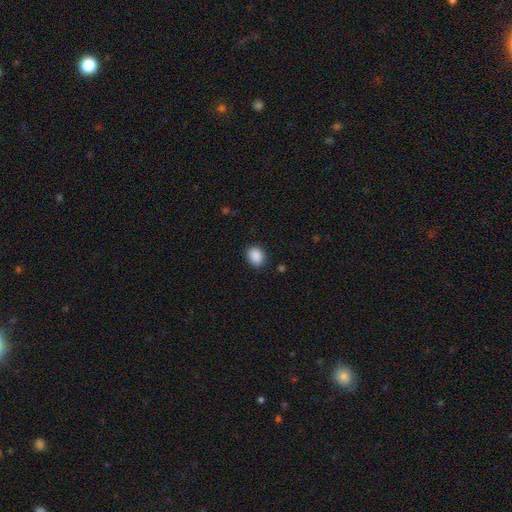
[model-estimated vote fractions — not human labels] A smooth galaxy with no disk features (89%) that is in between round and cigar-shaped (59%).

Vote fractions:
- Smooth or featured? smooth: 89% / star or artifact: 8% / featured or disk: 3%
- How rounded? in between: 59% / round: 40% / cigar-shaped: 1%
- Merging? none: 86% / minor disturbance: 10% / major disturbance: 3% / merger: 1%